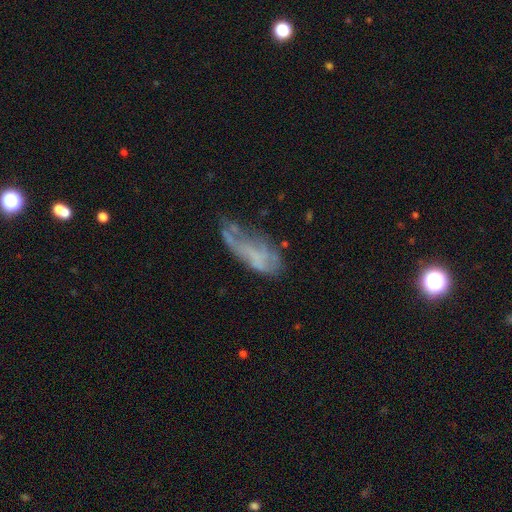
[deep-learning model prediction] Smooth or featured?
  - featured or disk: 49% *
  - smooth: 39%
  - star or artifact: 13%
Merging?
  - none: 33% *
  - major disturbance: 32%
  - minor disturbance: 29%
  - merger: 6%